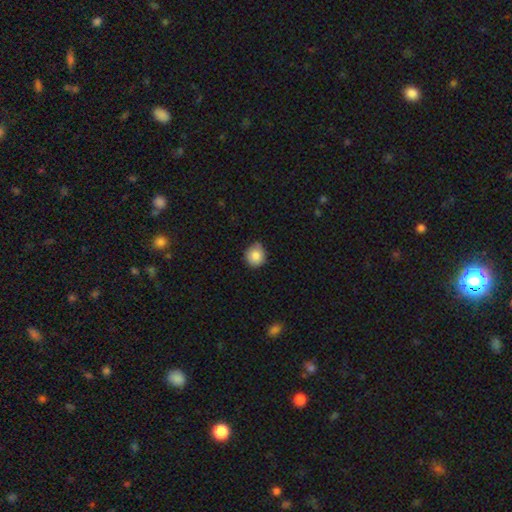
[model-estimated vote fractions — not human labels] This appears to be a smooth galaxy with no disk features (84%) that is round (86%). Merging: none (75%).